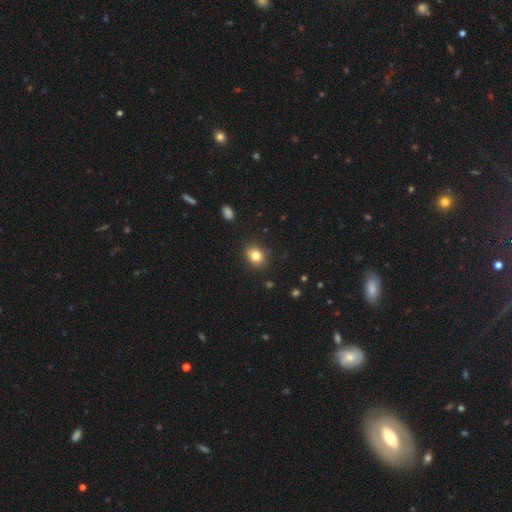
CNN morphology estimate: Smooth or featured: smooth — 82% (star or artifact — 11%)
How rounded: round — 57% (in between — 42%)
Merging: none — 86% (minor disturbance — 10%)